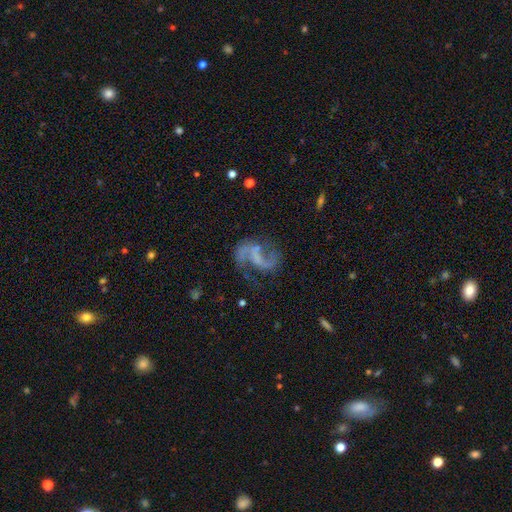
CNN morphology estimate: Smooth or featured? featured or disk (87%)
Edge-on disk? no (98%)
Bar? weak (45%)
Spiral arms? yes (95%)
Spiral winding? loose (57%)
Spiral arm count? 2 (91%)
Bulge size? none (60%)
Merging? none (65%)